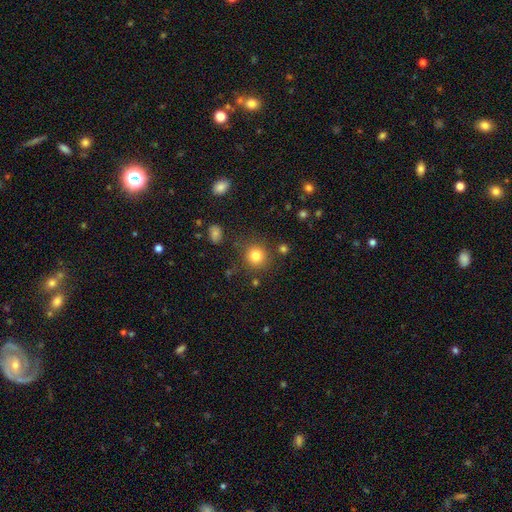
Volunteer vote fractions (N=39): Smooth or featured? smooth (85%)
How rounded? round (91%)
Merging? none (80%)